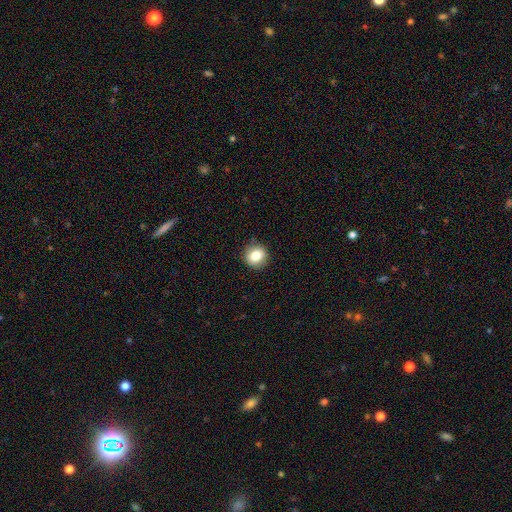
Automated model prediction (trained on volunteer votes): Overall: smooth (82%). How rounded: round (85%). Merging: none (88%).